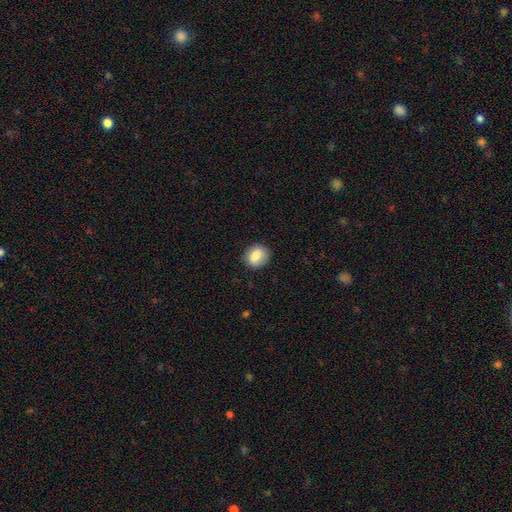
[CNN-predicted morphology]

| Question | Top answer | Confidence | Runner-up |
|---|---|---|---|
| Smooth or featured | smooth | 80% | featured or disk (12%) |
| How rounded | round | 63% | in between (35%) |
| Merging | none | 85% | minor disturbance (11%) |